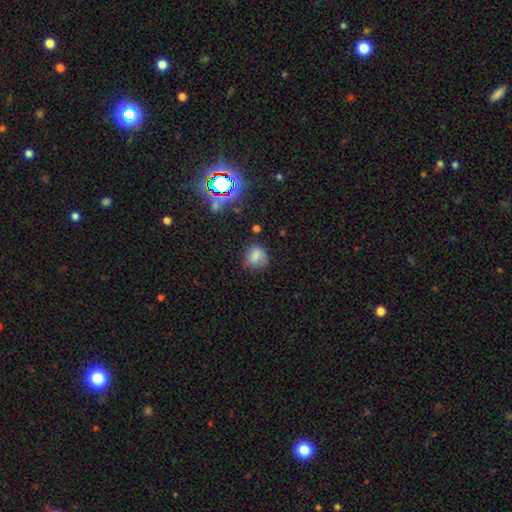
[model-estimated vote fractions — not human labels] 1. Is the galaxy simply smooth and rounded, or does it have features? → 73% smooth, 14% star or artifact, 13% featured or disk.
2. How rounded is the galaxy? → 68% round, 31% in between, 1% cigar-shaped.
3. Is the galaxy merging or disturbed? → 58% none, 28% minor disturbance, 12% major disturbance, 3% merger.